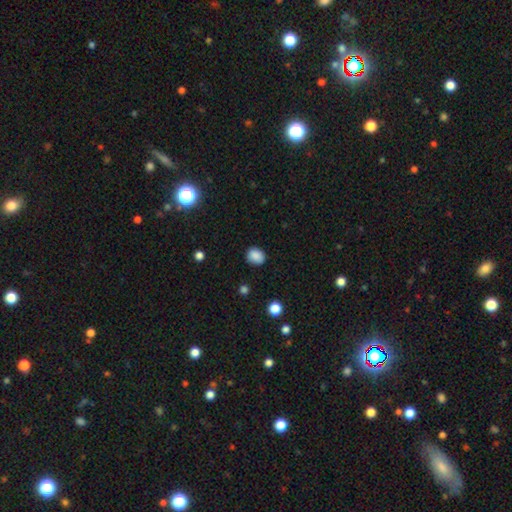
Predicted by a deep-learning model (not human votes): A smooth galaxy with no disk features (87%) that is round (61%).

Vote fractions:
- Smooth or featured? smooth: 87% / star or artifact: 10% / featured or disk: 4%
- How rounded? round: 61% / in between: 38% / cigar-shaped: 1%
- Merging? none: 84% / minor disturbance: 12% / major disturbance: 3% / merger: 1%